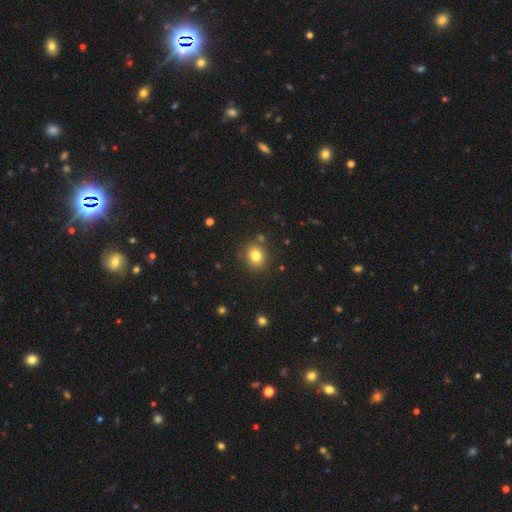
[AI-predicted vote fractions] This appears to be a smooth galaxy with no disk features (81%) that is round (70%). Merging: none (85%).